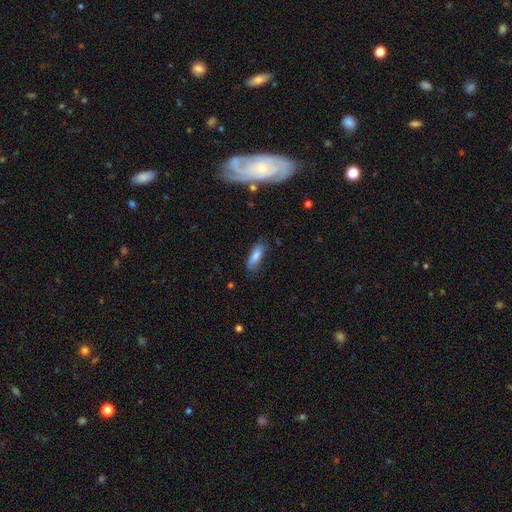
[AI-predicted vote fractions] This appears to be a smooth galaxy with no disk features (78%) that is in between round and cigar-shaped (62%). Merging: none (71%).